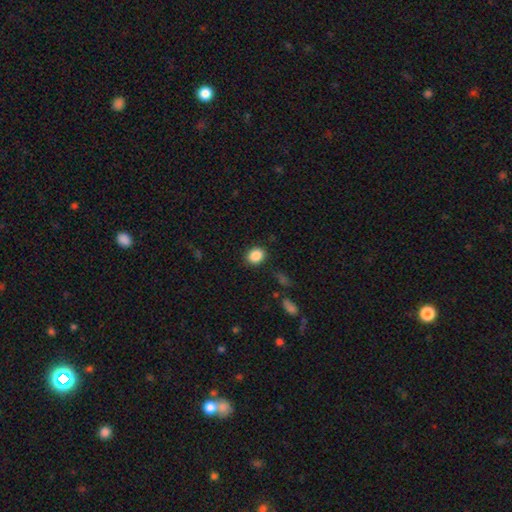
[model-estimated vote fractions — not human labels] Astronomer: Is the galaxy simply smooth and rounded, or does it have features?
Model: smooth — 87%.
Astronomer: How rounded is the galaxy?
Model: round — 51% (runner-up: in between, 48%).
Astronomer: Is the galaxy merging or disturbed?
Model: none — 87%.